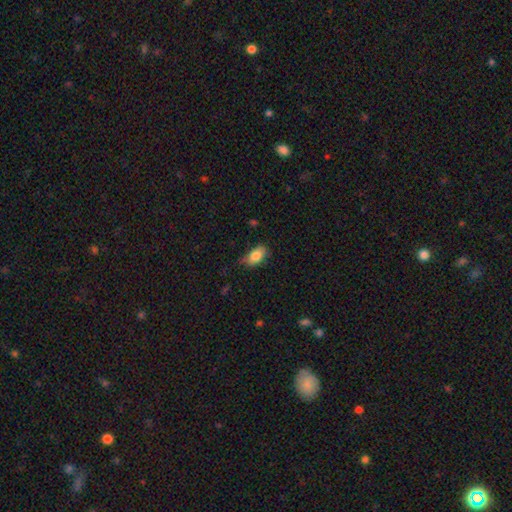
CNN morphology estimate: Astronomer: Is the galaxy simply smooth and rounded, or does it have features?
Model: smooth — 82%.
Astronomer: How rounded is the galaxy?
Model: in between — 89%.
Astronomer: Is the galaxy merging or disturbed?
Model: none — 60%.